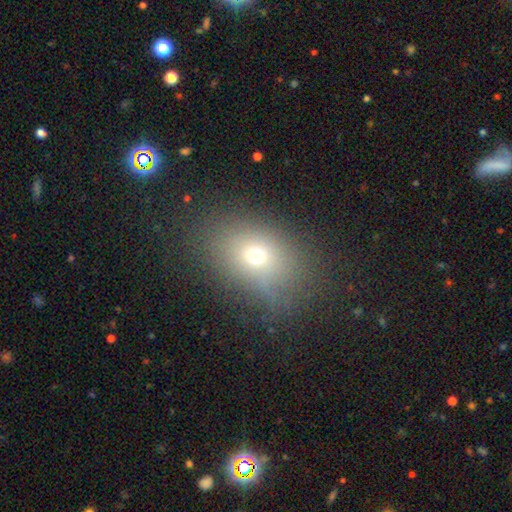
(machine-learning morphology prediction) Smooth or featured?
  - smooth: 66% *
  - star or artifact: 19%
  - featured or disk: 15%
How rounded?
  - in between: 65% *
  - round: 33%
  - cigar-shaped: 2%
Merging?
  - none: 77% *
  - minor disturbance: 14%
  - major disturbance: 8%
  - merger: 2%